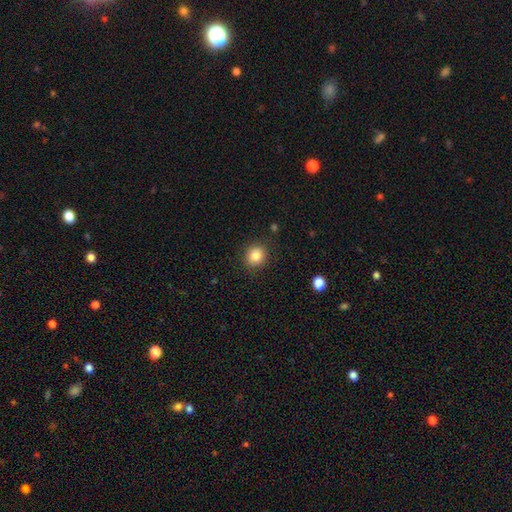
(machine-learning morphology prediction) A smooth galaxy with no disk features (84%) that is round (85%). Merging: none (89%).